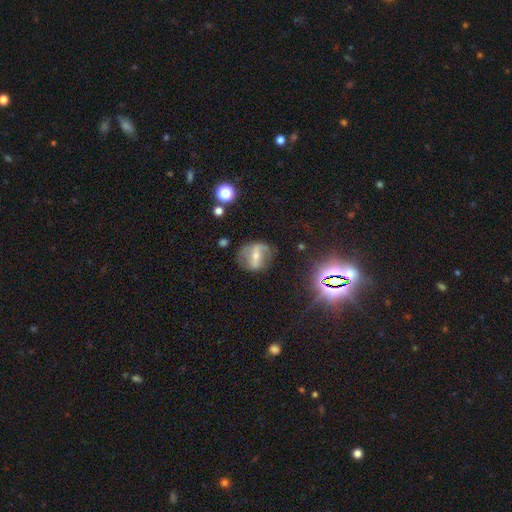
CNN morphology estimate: featured or disk 69%, smooth 20%, star or artifact 11%. Down the decision tree: edge-on disk — no (94%); bar — strong (56%); spiral arms — yes (74%); bulge size — small (49%); merging — none (64%).